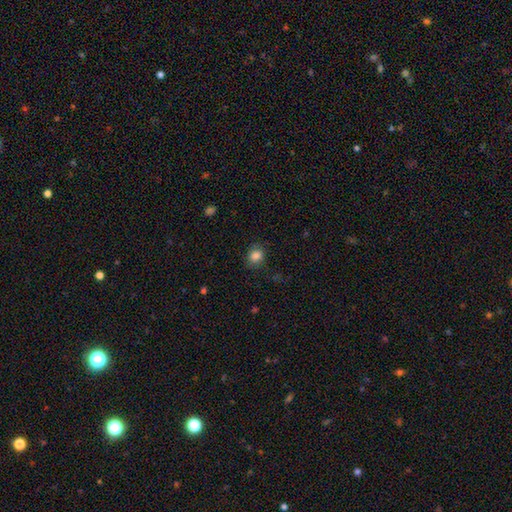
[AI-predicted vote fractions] smooth_or_featured: smooth (p=0.84) [alt: star or artifact p=0.10]
how_rounded: round (p=0.66) [alt: in between p=0.33]
merging: none (p=0.83) [alt: minor disturbance p=0.12]